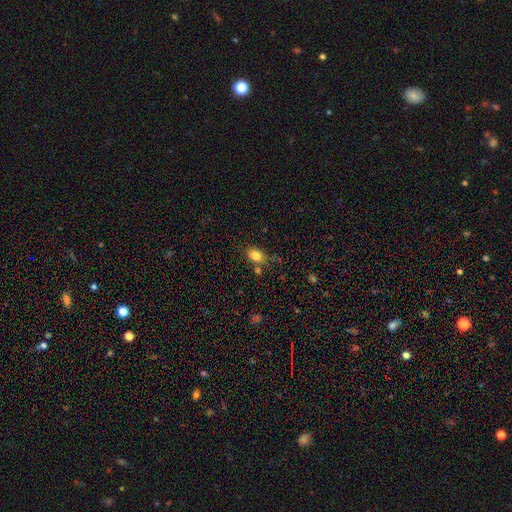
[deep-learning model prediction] This appears to be a smooth galaxy with no disk features (83%) that is in between round and cigar-shaped (73%). Merging: none (70%).